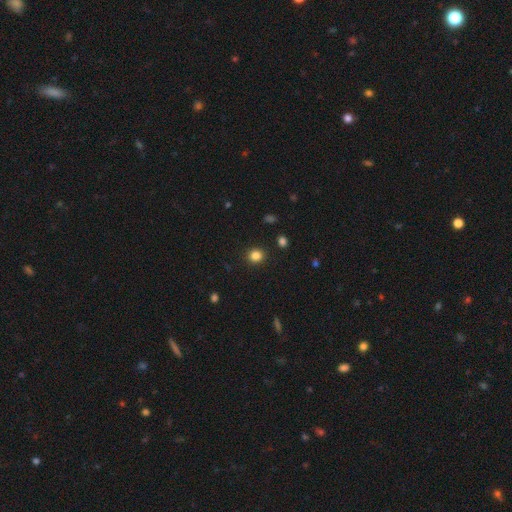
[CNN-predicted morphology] A smooth galaxy with no disk features (83%) that is round (83%).

Vote fractions:
- Smooth or featured? smooth: 83% / star or artifact: 12% / featured or disk: 4%
- How rounded? round: 83% / in between: 16% / cigar-shaped: 1%
- Merging? none: 91% / minor disturbance: 6% / major disturbance: 2% / merger: 1%